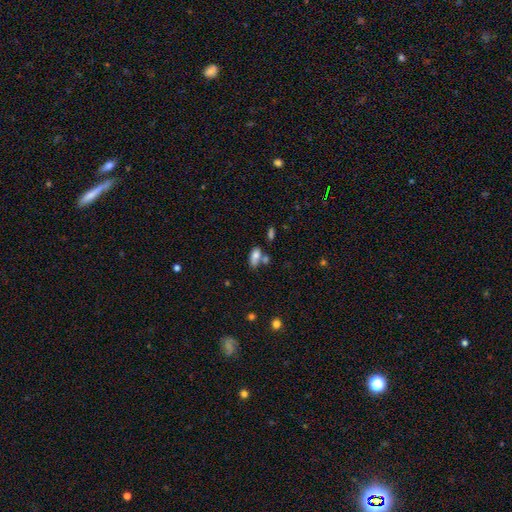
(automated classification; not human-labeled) smooth_or_featured: smooth (p=0.77) [alt: featured or disk p=0.14]
how_rounded: in between (p=0.86) [alt: cigar-shaped p=0.08]
merging: none (p=0.42) [alt: merger p=0.34]